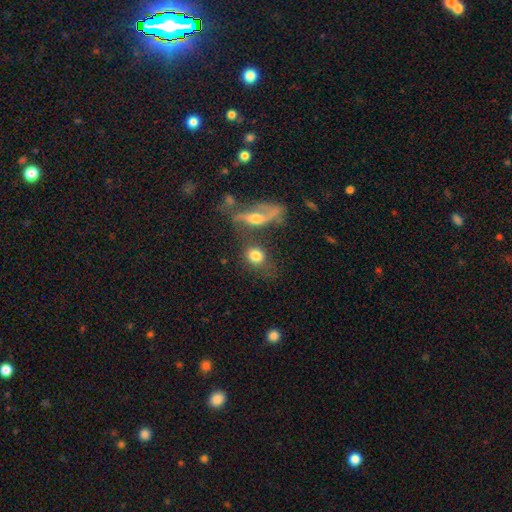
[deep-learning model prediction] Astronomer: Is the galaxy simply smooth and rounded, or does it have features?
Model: smooth — 73%.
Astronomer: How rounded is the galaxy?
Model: round — 58% (runner-up: in between, 38%).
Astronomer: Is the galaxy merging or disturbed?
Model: none — 50% (runner-up: merger, 27%).